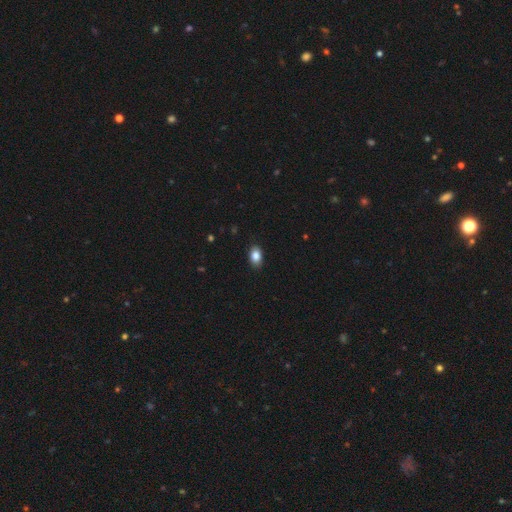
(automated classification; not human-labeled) This appears to be a smooth galaxy with no disk features (86%) that is in between round and cigar-shaped (87%). Merging: none (88%).